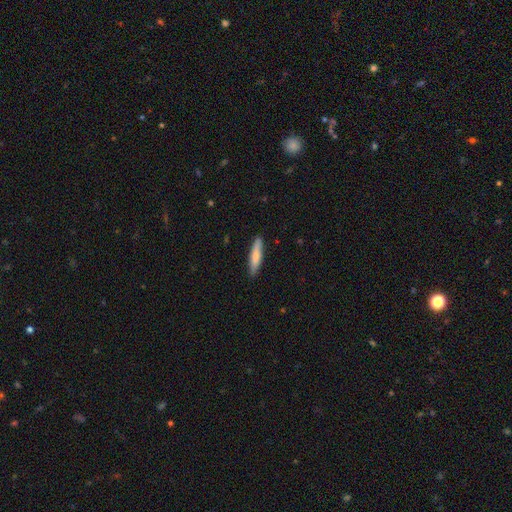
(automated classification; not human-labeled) Smooth or featured? Predicted: smooth (p=0.71). How rounded? Predicted: cigar-shaped (p=0.84). Merging? Predicted: none (p=0.88).